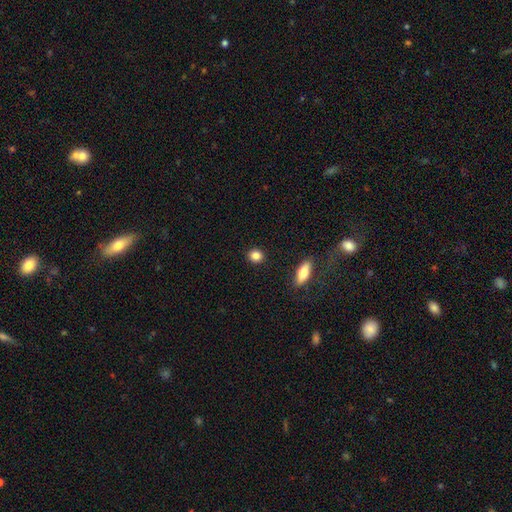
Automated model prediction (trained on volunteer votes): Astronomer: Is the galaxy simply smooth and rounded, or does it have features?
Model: smooth — 86%.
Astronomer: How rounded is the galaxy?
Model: round — 82%.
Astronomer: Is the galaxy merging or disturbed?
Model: none — 91%.